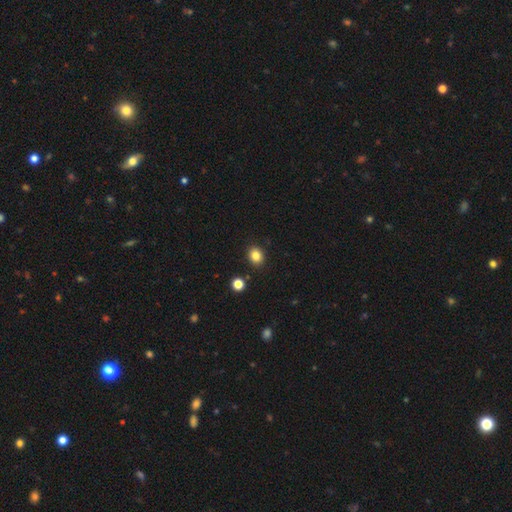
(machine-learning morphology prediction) The model was most divided on "how rounded": round: 60%, in between: 40%, cigar-shaped: 1%. More confident: merging — none (88%); smooth or featured — smooth (83%).